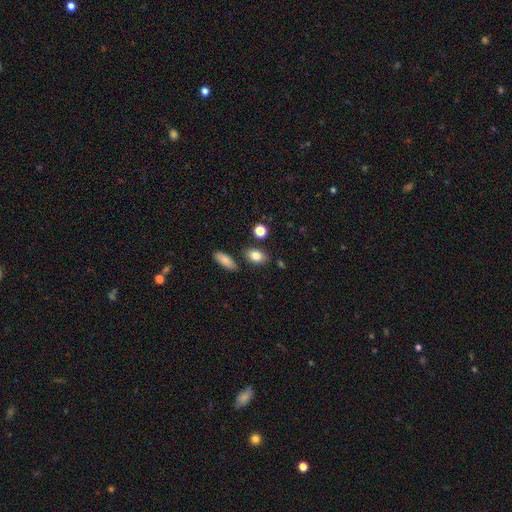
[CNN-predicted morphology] The model was most divided on "how rounded": in between: 78%, round: 20%, cigar-shaped: 3%. More confident: smooth or featured — smooth (82%); merging — none (80%).